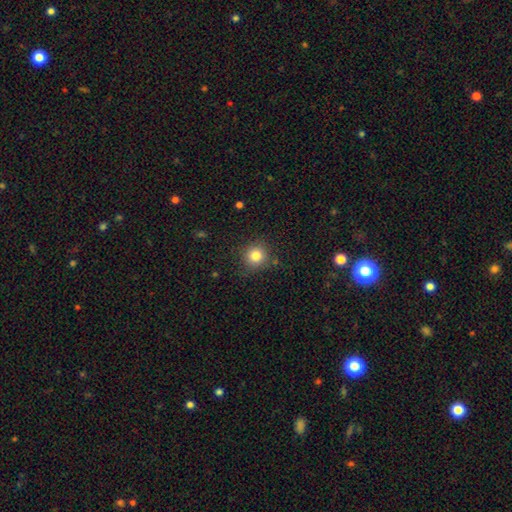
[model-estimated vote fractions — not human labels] Q: Smooth or featured?
A: smooth (82%); runner-up: star or artifact (12%)
Q: How rounded?
A: round (91%); runner-up: in between (8%)
Q: Merging?
A: none (85%); runner-up: minor disturbance (10%)